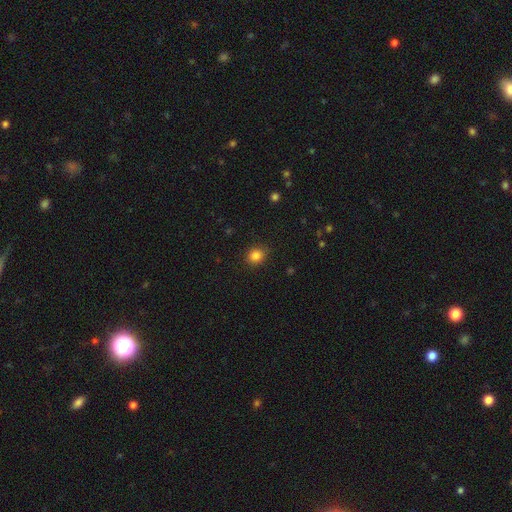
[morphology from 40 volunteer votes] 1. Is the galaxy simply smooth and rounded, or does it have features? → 88% smooth, 10% star or artifact, 2% featured or disk.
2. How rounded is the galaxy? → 63% round, 37% in between, 0% cigar-shaped.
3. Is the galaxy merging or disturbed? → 81% none, 17% minor disturbance, 3% major disturbance, 0% merger.